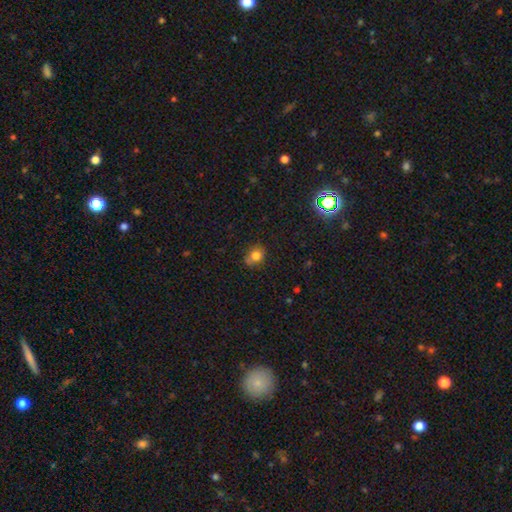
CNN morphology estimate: smooth-or-featured: smooth: 79% | star or artifact: 13% | featured or disk: 8%
  how-rounded: round: 69% | in between: 30% | cigar-shaped: 1%
  merging: none: 67% | minor disturbance: 21% | merger: 7% | major disturbance: 5%